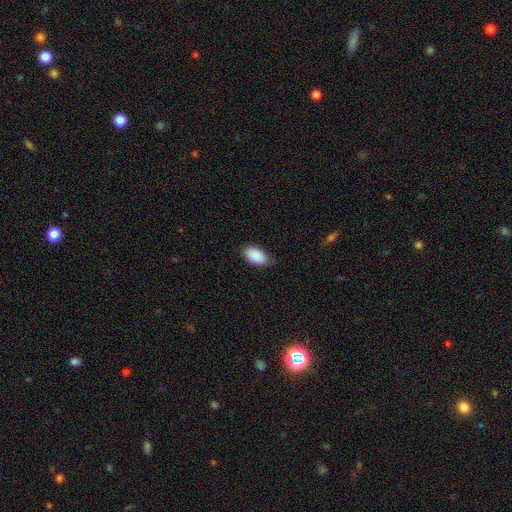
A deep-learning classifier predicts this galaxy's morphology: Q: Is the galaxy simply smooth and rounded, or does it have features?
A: smooth — 91%.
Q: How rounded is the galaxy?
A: in between — 95%.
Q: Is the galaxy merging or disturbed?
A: none — 81%.